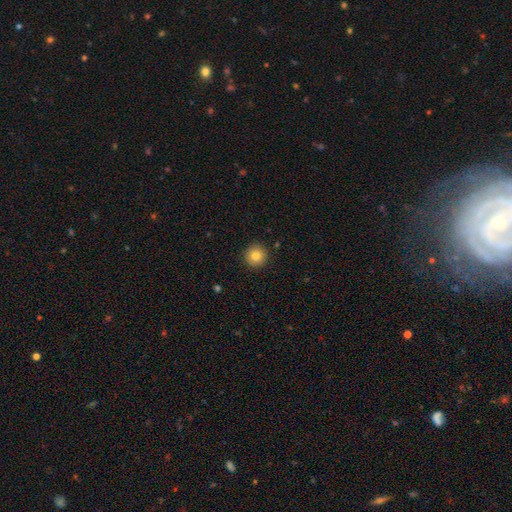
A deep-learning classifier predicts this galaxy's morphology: type=smooth (81%); roundness=round (95%); merging=none (91%).